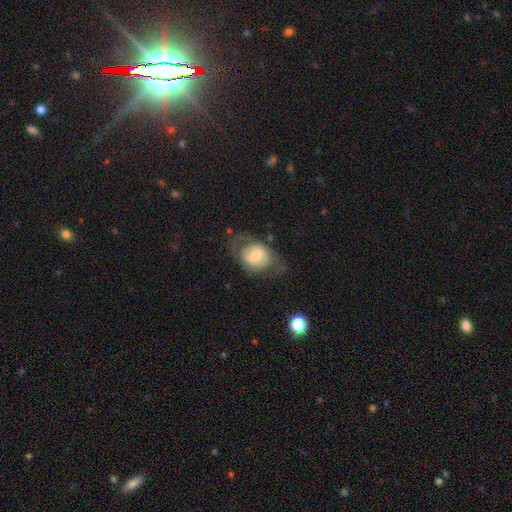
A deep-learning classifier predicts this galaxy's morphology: Overall: featured or disk (49%; smooth 44%). Merging: none (50%; major disturbance 24%).